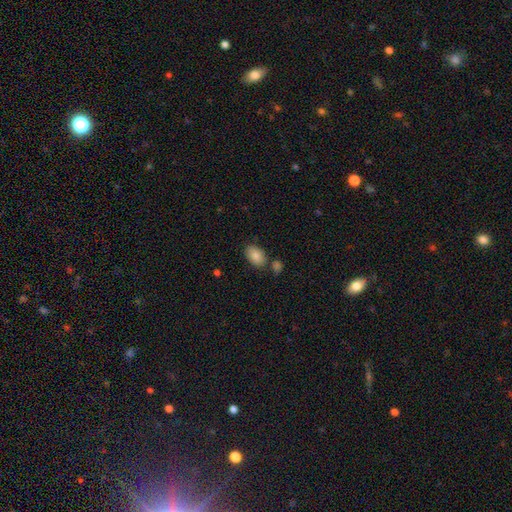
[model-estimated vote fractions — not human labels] This is clearly a smooth galaxy (85%). How rounded: clearly in between (89%). Merging: likely none (73%).